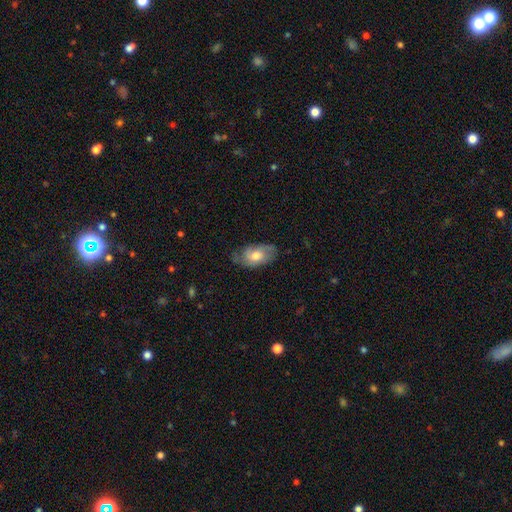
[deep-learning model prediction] Smooth or featured? Predicted: smooth (p=0.59). How rounded? Predicted: in between (p=0.92). Merging? Predicted: none (p=0.64).